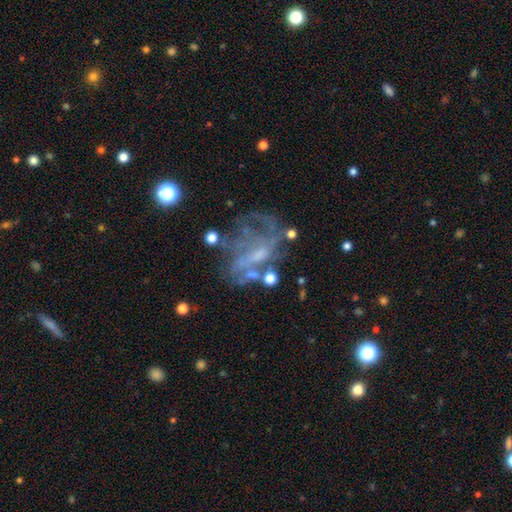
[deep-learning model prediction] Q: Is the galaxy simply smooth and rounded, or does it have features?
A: featured or disk — 67%.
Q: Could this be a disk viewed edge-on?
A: no — 96%.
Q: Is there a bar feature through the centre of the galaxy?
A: no — 52%.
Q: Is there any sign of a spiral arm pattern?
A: no — 54%.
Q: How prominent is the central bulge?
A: none — 43%.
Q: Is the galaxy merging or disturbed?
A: none — 40%.